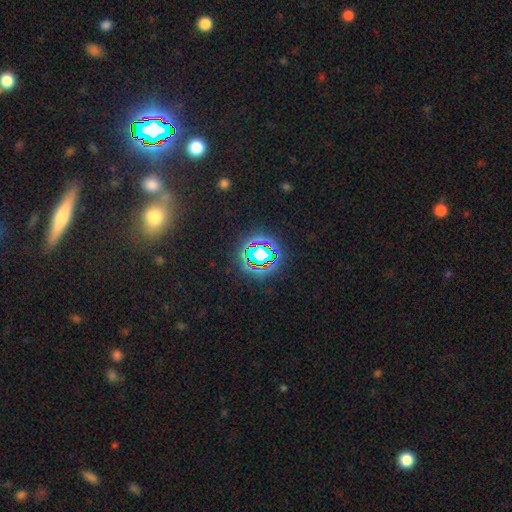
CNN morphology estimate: Smooth or featured? Predicted: star or artifact (p=0.71).